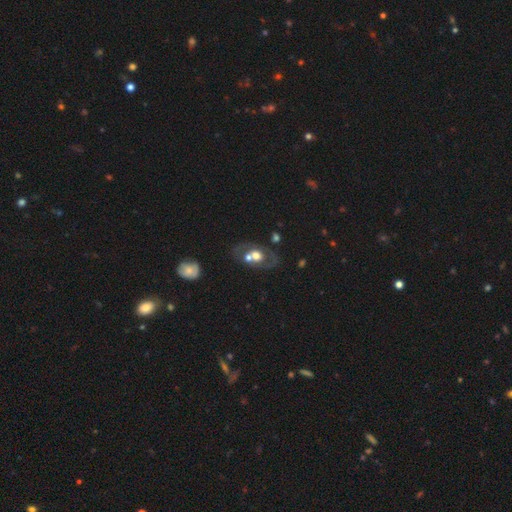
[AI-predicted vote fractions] The model was most divided on "smooth or featured": featured or disk: 49%, smooth: 41%, star or artifact: 10%. Remaining: merging — none (45%).